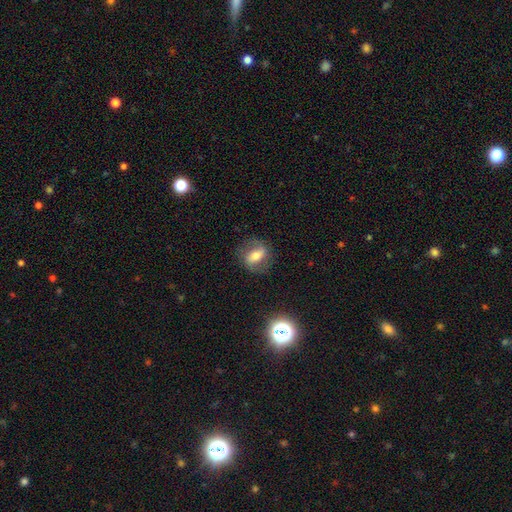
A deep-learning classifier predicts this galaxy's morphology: Smooth or featured? Predicted: featured or disk (p=0.56). Edge-on disk? Predicted: no (p=0.92). Bar? Predicted: strong (p=0.45). Spiral arms? Predicted: yes (p=0.75). Bulge size? Predicted: moderate (p=0.63). Merging? Predicted: none (p=0.77).